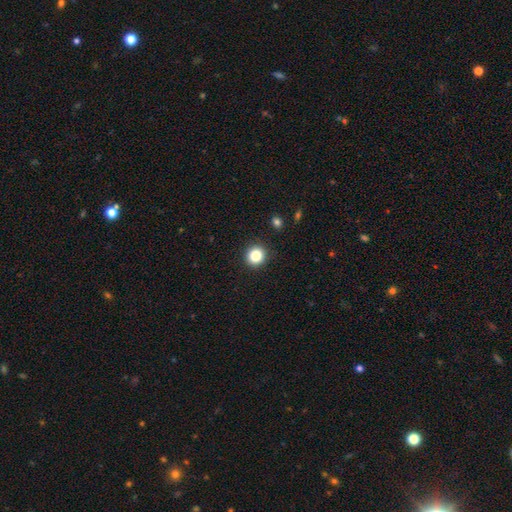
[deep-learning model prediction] smooth 86%, star or artifact 10%, featured or disk 4%. Down the decision tree: how rounded — round (91%); merging — none (91%).